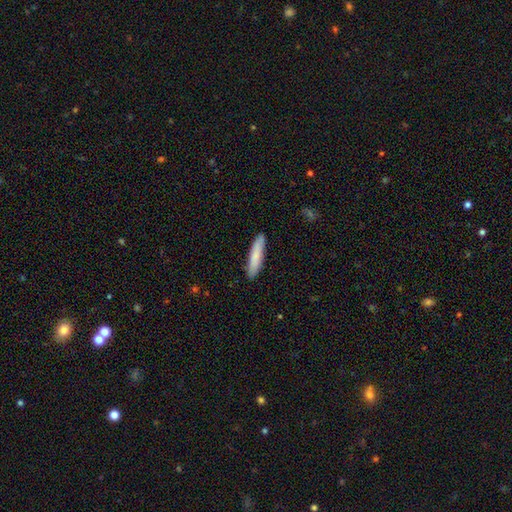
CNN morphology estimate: Smooth or featured? Predicted: smooth (p=0.80). How rounded? Predicted: cigar-shaped (p=0.87). Merging? Predicted: none (p=0.89).